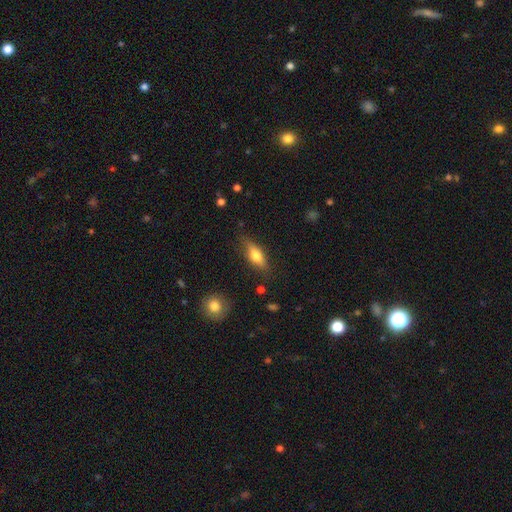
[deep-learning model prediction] A smooth galaxy with no disk features (63%) that is in between round and cigar-shaped (62%). Merging: none (79%).